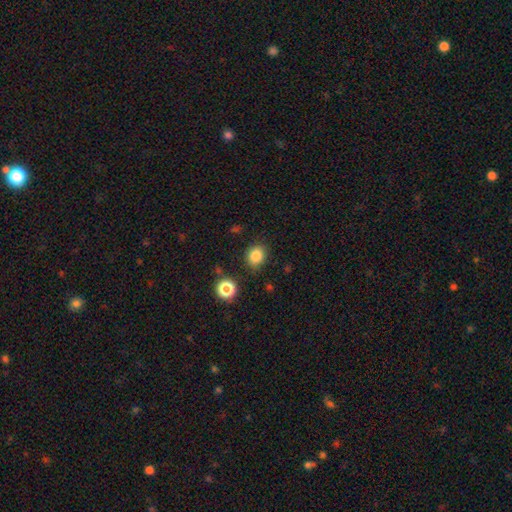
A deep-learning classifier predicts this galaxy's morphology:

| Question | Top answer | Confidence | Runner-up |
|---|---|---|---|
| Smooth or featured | smooth | 84% | star or artifact (12%) |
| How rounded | round | 63% | in between (36%) |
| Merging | none | 84% | minor disturbance (10%) |